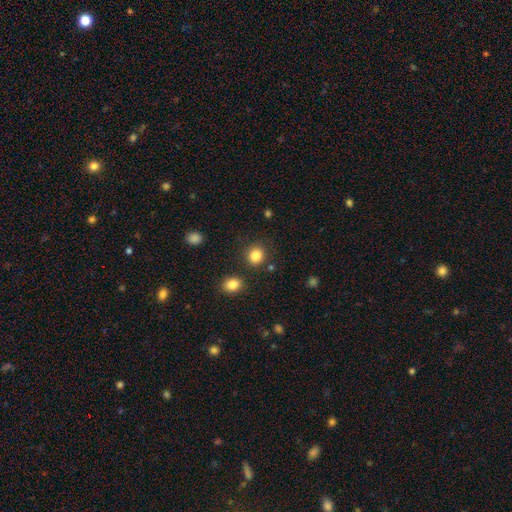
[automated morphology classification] Q: Smooth or featured?
A: smooth (85%); runner-up: star or artifact (11%)
Q: How rounded?
A: round (83%); runner-up: in between (16%)
Q: Merging?
A: none (83%); runner-up: minor disturbance (8%)